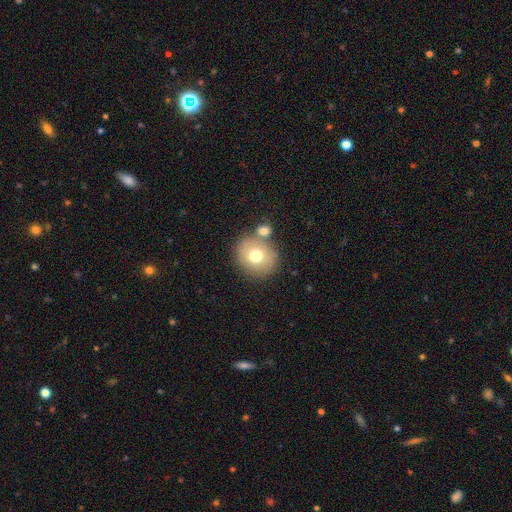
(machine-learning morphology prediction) This is likely a smooth galaxy (72%). How rounded: clearly round (81%). Merging: likely none (68%).